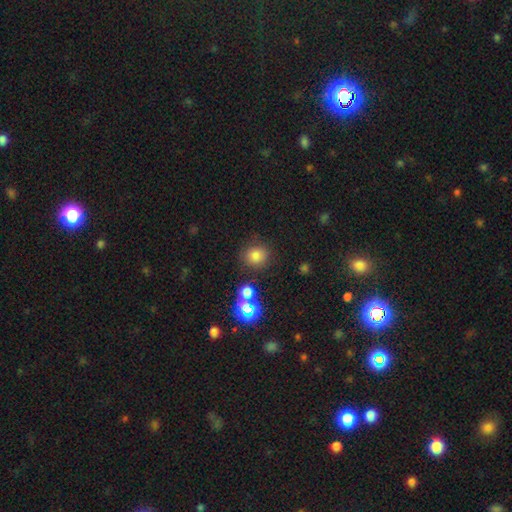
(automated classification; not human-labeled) The model was most divided on "smooth or featured": smooth: 76%, star or artifact: 18%, featured or disk: 6%. More confident: how rounded — round (86%); merging — none (82%).